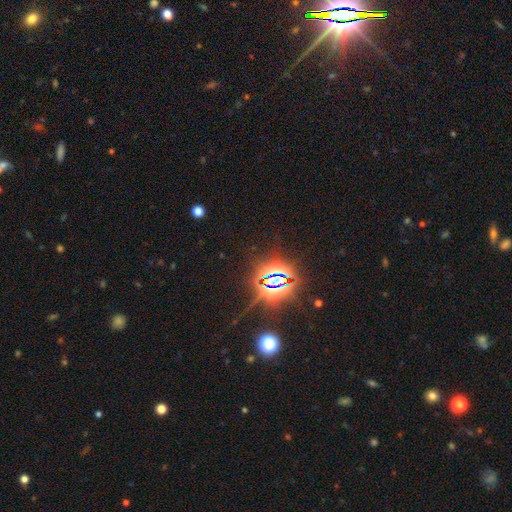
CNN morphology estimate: A star or artifact, not a galaxy (83%).

Vote fractions:
- Smooth or featured? star or artifact: 83% / smooth: 9% / featured or disk: 8%